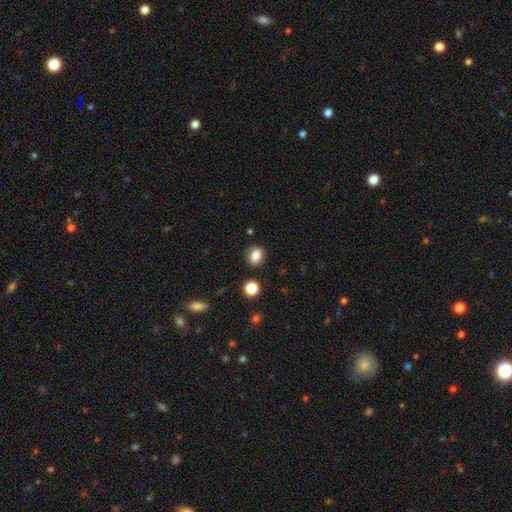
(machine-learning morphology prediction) Overall: smooth (81%). How rounded: in between (51%; round 48%). Merging: none (80%).